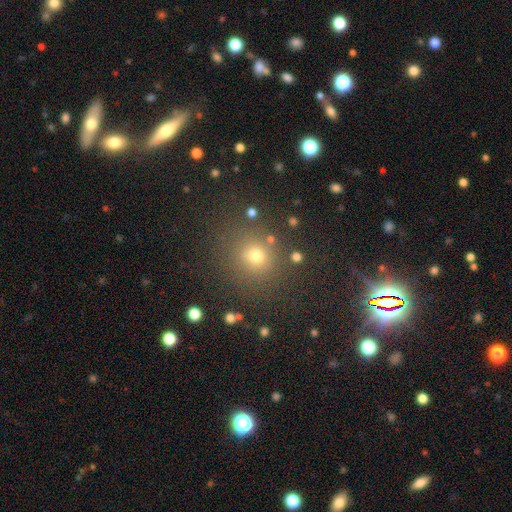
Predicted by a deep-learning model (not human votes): Smooth or featured? Predicted: smooth (p=0.55). How rounded? Predicted: round (p=0.87). Merging? Predicted: none (p=0.84).